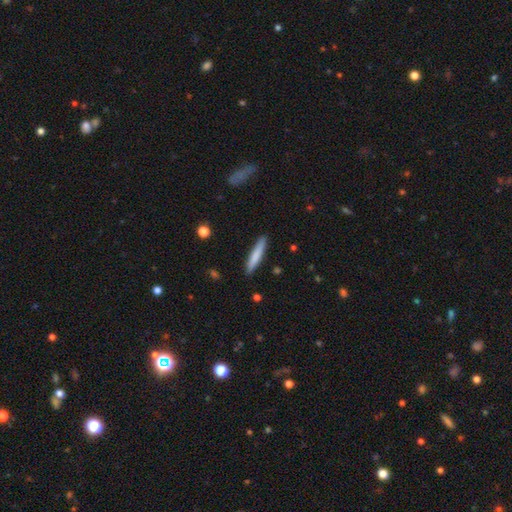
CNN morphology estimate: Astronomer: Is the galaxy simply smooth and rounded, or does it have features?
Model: smooth — 77%.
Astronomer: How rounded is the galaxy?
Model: cigar-shaped — 92%.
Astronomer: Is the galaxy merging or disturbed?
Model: none — 89%.